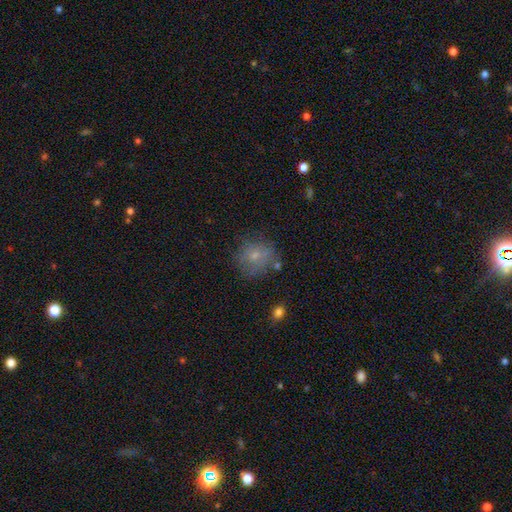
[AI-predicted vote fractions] smooth_or_featured: smooth (p=0.67) [alt: featured or disk p=0.21]
how_rounded: round (p=0.79) [alt: in between p=0.20]
merging: none (p=0.65) [alt: minor disturbance p=0.21]